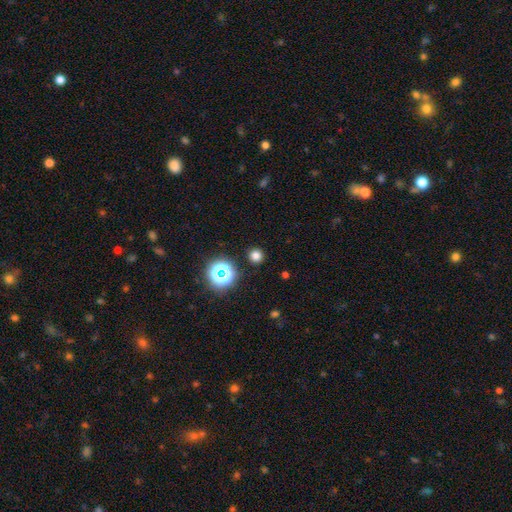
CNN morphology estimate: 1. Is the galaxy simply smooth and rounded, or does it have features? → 74% smooth, 21% star or artifact, 5% featured or disk.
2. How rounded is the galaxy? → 94% round, 5% in between, 1% cigar-shaped.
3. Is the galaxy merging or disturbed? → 91% none, 5% minor disturbance, 2% major disturbance, 2% merger.